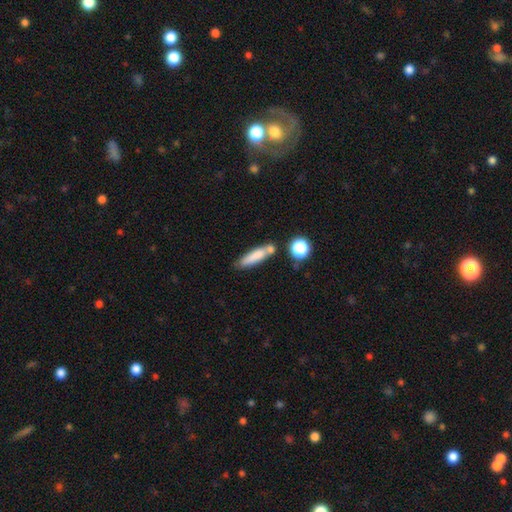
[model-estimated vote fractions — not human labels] The model was most divided on "merging": none: 58%, merger: 20%, minor disturbance: 17%, major disturbance: 6%. More confident: smooth or featured — smooth (76%); how rounded — cigar-shaped (68%).